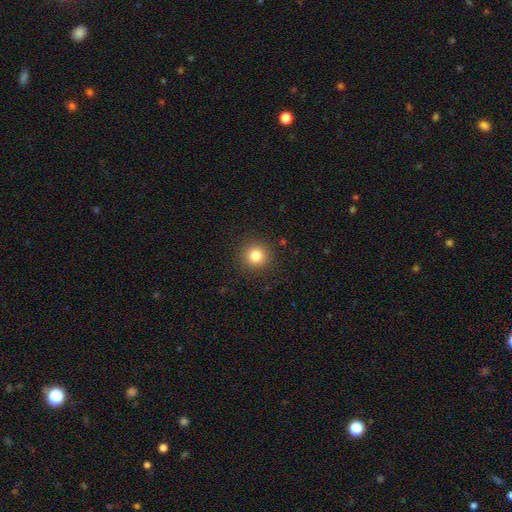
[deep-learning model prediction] Overall: smooth (82%). How rounded: round (94%). Merging: none (91%).